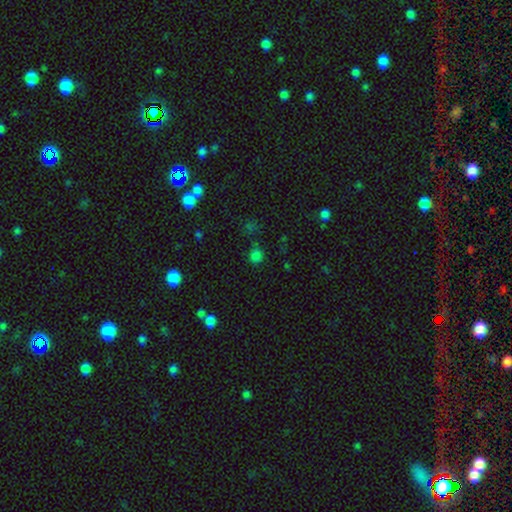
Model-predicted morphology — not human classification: The model was most divided on "smooth or featured": smooth: 71%, star or artifact: 24%, featured or disk: 5%. More confident: how rounded — round (84%); merging — none (73%).